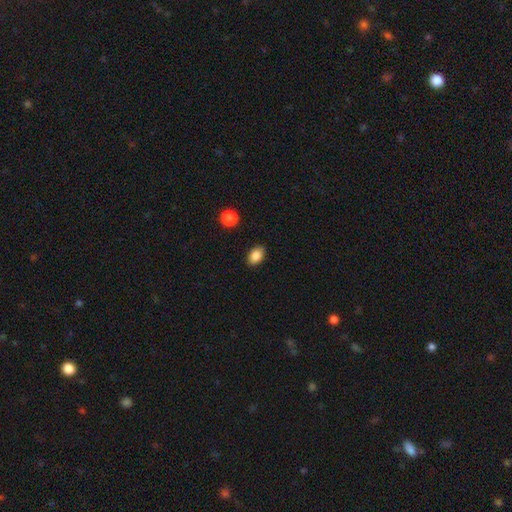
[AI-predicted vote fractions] Smooth or featured?
  - smooth: 87% *
  - star or artifact: 9%
  - featured or disk: 4%
How rounded?
  - in between: 83% *
  - round: 16%
  - cigar-shaped: 1%
Merging?
  - none: 87% *
  - minor disturbance: 10%
  - major disturbance: 2%
  - merger: 1%